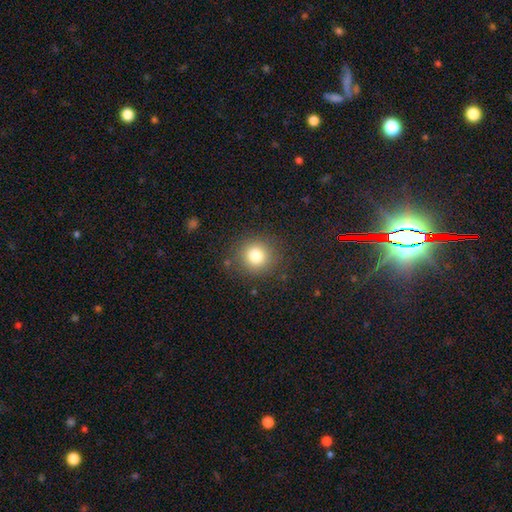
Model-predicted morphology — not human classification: A smooth galaxy with no disk features (80%) that is round (91%). Merging: none (86%).